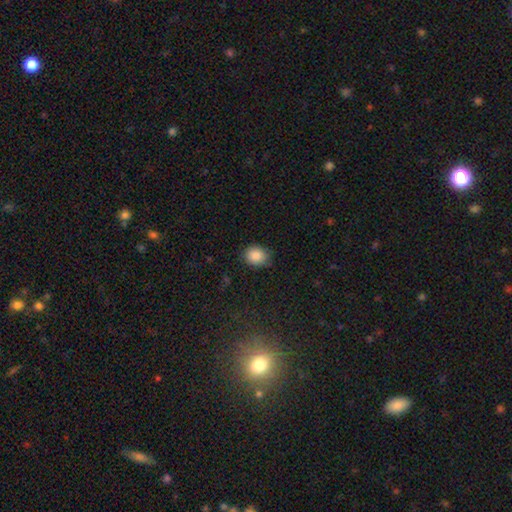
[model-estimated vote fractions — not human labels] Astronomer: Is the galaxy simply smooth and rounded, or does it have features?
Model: smooth — 88%.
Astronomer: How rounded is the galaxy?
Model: round — 55% (runner-up: in between, 45%).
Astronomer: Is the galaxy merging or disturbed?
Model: none — 80%.